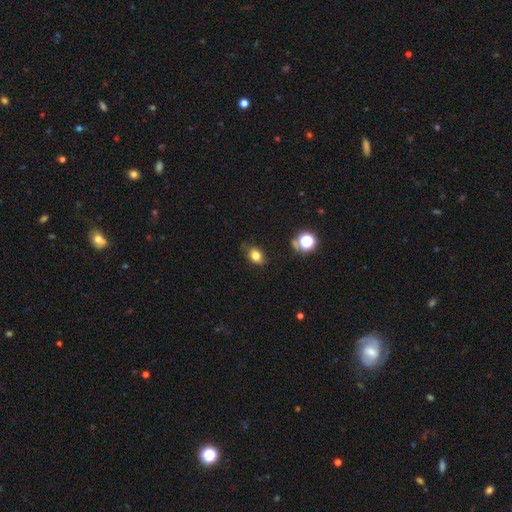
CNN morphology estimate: Q: Smooth or featured?
A: smooth (78%); runner-up: star or artifact (13%)
Q: How rounded?
A: in between (72%); runner-up: round (26%)
Q: Merging?
A: none (77%); runner-up: minor disturbance (17%)